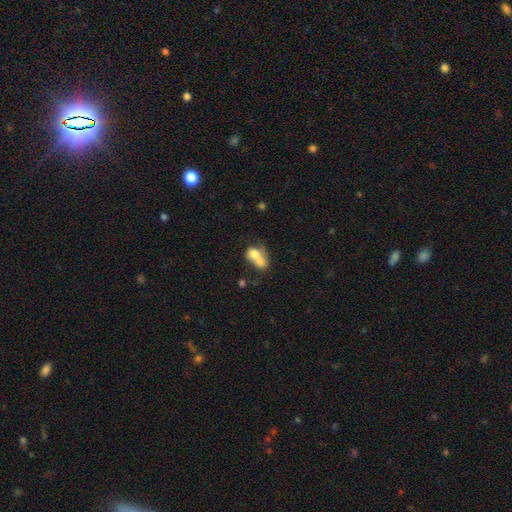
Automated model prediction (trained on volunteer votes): Smooth or featured? smooth (69%)
How rounded? in between (66%)
Merging? merger (68%)